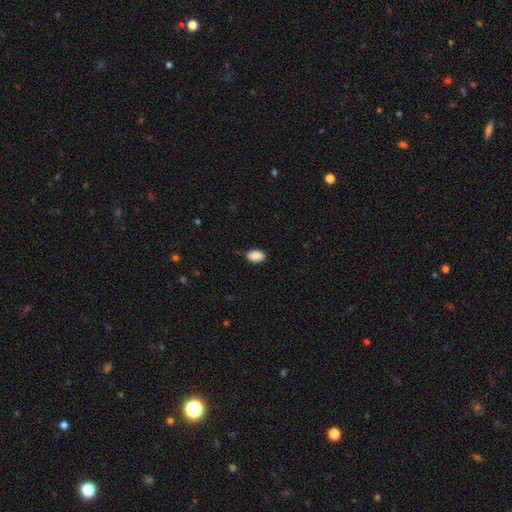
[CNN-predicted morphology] Smooth or featured?
  - smooth: 89% *
  - star or artifact: 7%
  - featured or disk: 4%
How rounded?
  - in between: 91% *
  - round: 8%
  - cigar-shaped: 1%
Merging?
  - none: 86% *
  - minor disturbance: 11%
  - major disturbance: 2%
  - merger: 1%